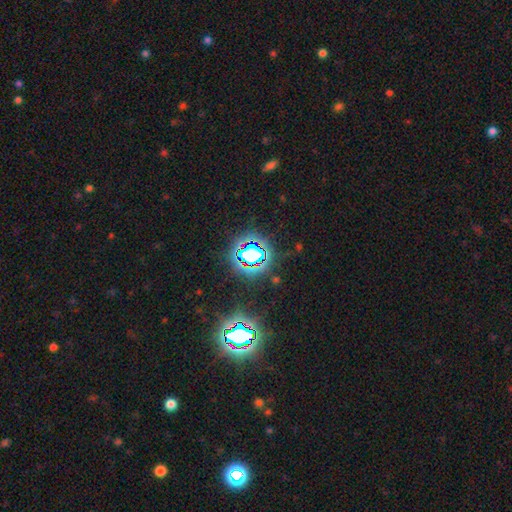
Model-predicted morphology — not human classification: Smooth or featured?
  - star or artifact: 80% *
  - smooth: 12%
  - featured or disk: 8%